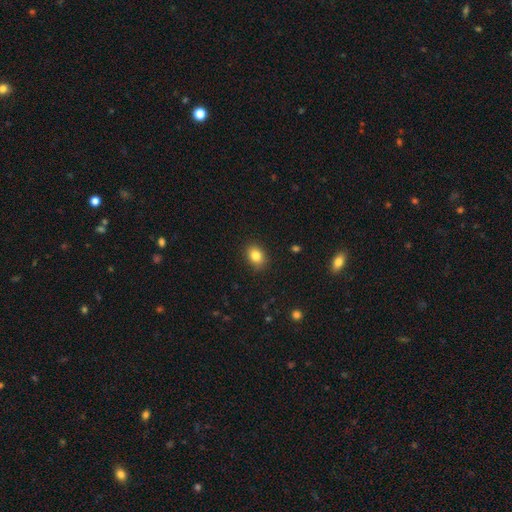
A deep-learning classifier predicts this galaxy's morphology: smooth-or-featured: smooth: 84% | star or artifact: 10% | featured or disk: 6%
  how-rounded: in between: 62% | round: 37% | cigar-shaped: 1%
  merging: none: 87% | minor disturbance: 9% | major disturbance: 2% | merger: 1%